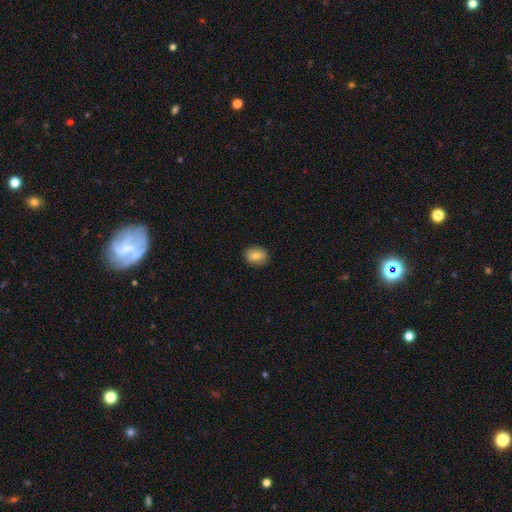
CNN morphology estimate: A smooth galaxy with no disk features (79%) that is in between round and cigar-shaped (55%). Merging: none (88%).